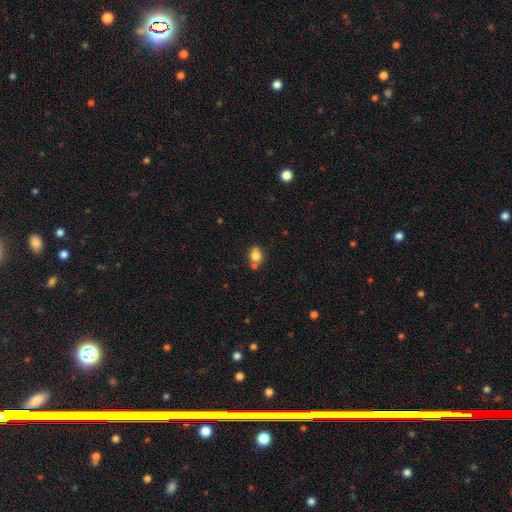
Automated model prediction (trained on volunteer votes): Smooth or featured?
  - smooth: 78% *
  - featured or disk: 11%
  - star or artifact: 10%
How rounded?
  - in between: 52% *
  - round: 47%
  - cigar-shaped: 1%
Merging?
  - none: 56% *
  - merger: 25%
  - minor disturbance: 15%
  - major disturbance: 4%